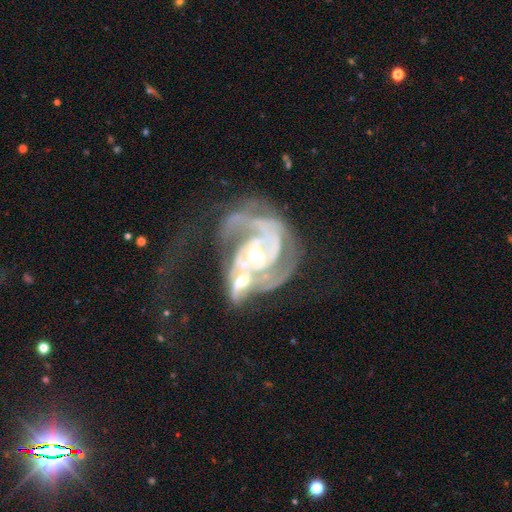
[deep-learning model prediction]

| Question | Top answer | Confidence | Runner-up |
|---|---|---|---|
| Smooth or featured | featured or disk | 88% | star or artifact (6%) |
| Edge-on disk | no | 97% | yes (3%) |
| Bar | no | 53% | weak (33%) |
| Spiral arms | yes | 93% | no (7%) |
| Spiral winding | tight | 47% | medium (39%) |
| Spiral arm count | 2 | 49% | can't tell (23%) |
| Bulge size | moderate | 61% | small (29%) |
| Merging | merger | 52% | major disturbance (24%) |